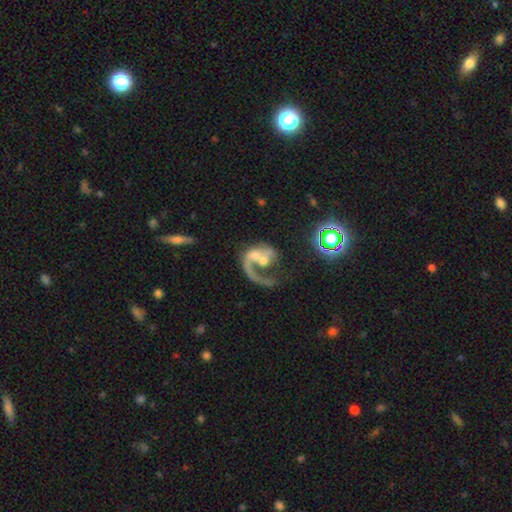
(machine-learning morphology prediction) Smooth or featured? featured or disk (71%)
Edge-on disk? no (97%)
Bar? no (70%)
Spiral arms? yes (72%)
Bulge size? moderate (40%)
Merging? merger (40%)